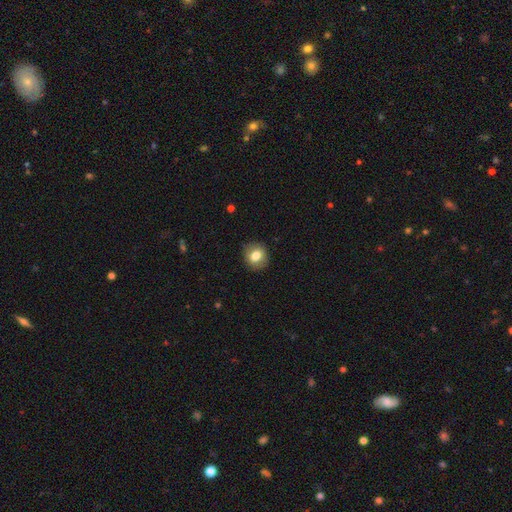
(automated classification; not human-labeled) This appears to be a smooth galaxy with no disk features (78%) that is round (78%). Merging: none (89%).